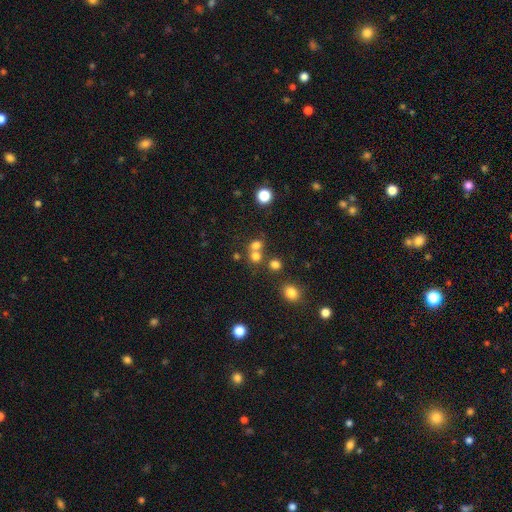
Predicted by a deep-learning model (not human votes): Overall: smooth (71%). How rounded: round (80%). Merging: none (47%; merger 43%).